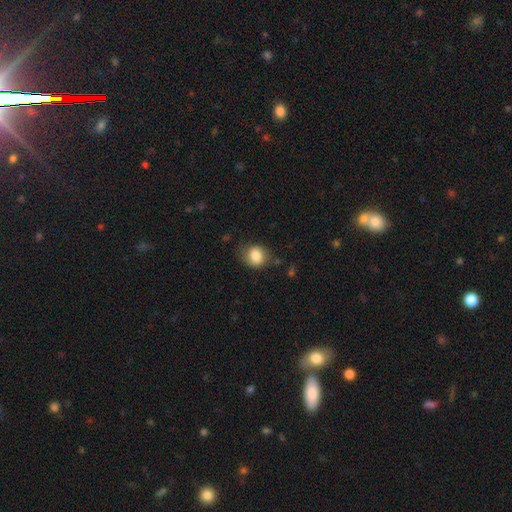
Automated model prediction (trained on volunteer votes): A smooth galaxy with no disk features (78%) that is round (58%).

Vote fractions:
- Smooth or featured? smooth: 78% / featured or disk: 14% / star or artifact: 8%
- How rounded? round: 58% / in between: 41% / cigar-shaped: 1%
- Merging? none: 64% / minor disturbance: 25% / major disturbance: 9% / merger: 2%